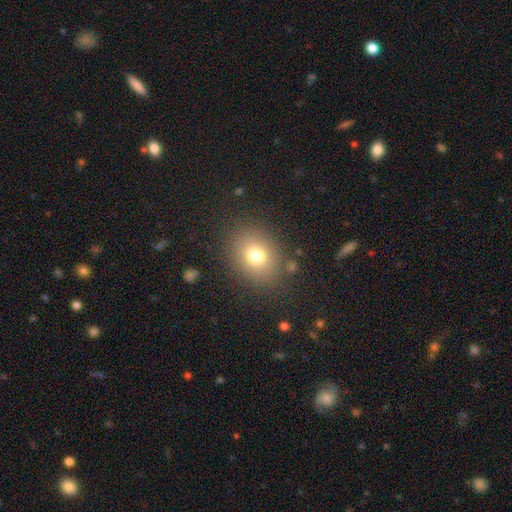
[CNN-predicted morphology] This appears to be a smooth galaxy with no disk features (75%) that is round (60%). Merging: none (84%).